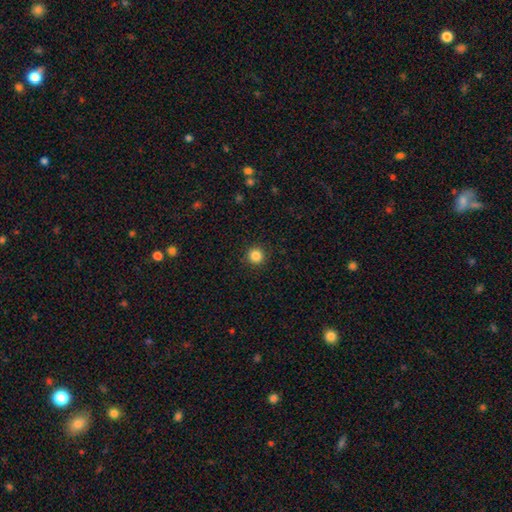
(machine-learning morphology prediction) The model was most divided on "smooth or featured": smooth: 85%, star or artifact: 11%, featured or disk: 4%. More confident: how rounded — round (95%); merging — none (92%).